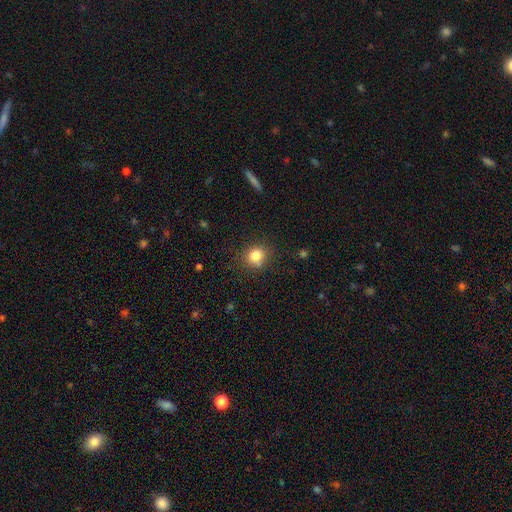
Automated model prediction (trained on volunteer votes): Overall: smooth (81%). How rounded: round (80%). Merging: none (78%).